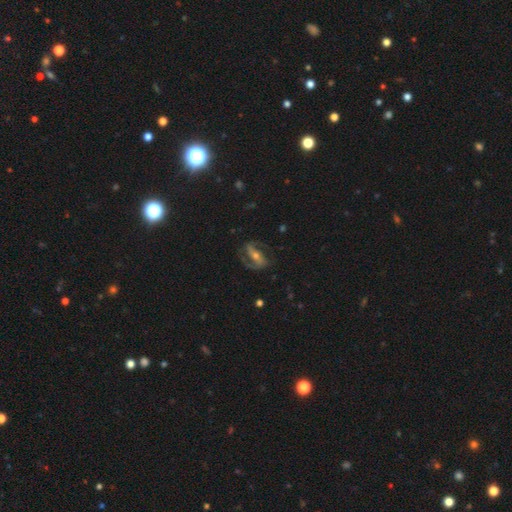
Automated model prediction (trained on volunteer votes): A featured or disk galaxy (84%) with a strong bar (47%), 2 (89%) medium (52%) spiral arms (94%) and a moderate central bulge (52%).

Vote fractions:
- Smooth or featured? featured or disk: 84% / smooth: 9% / star or artifact: 7%
- Edge-on disk? no: 95% / yes: 5%
- Bar? strong: 47% / weak: 30% / no: 22%
- Spiral arms? yes: 94% / no: 6%
- Spiral winding? medium: 52% / loose: 27% / tight: 20%
- Spiral arm count? 2: 89% / can't tell: 4% / 1: 3% / 3: 2% / 4: 1% / more than 4: 1%
- Bulge size? moderate: 52% / small: 42% / large: 3% / none: 2% / dominant: 1%
- Merging? none: 73% / minor disturbance: 15% / major disturbance: 11% / merger: 2%